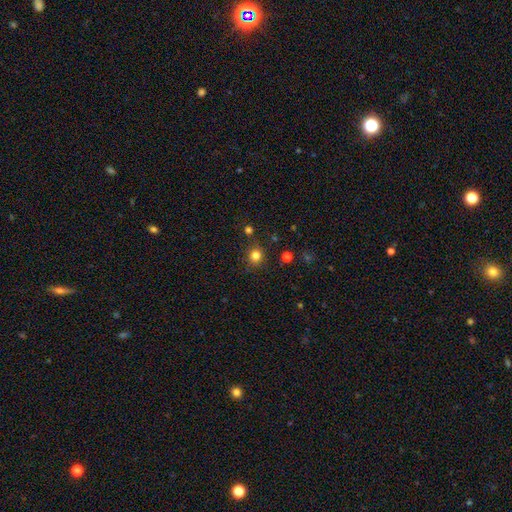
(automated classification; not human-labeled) This appears to be a smooth galaxy with no disk features (81%) that is round (88%). Merging: none (85%).